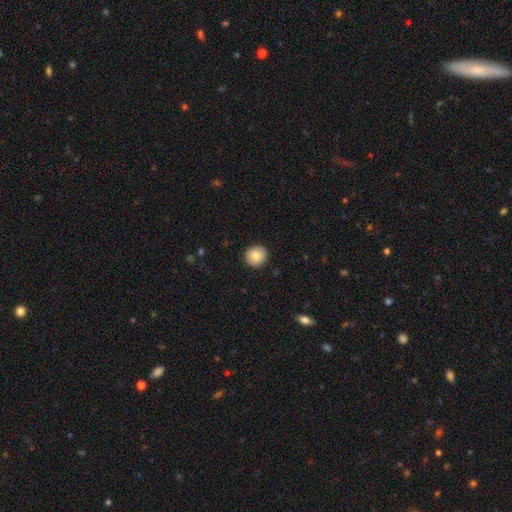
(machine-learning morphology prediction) The model was most divided on "smooth or featured": smooth: 78%, featured or disk: 14%, star or artifact: 8%. More confident: how rounded — round (93%); merging — none (92%).